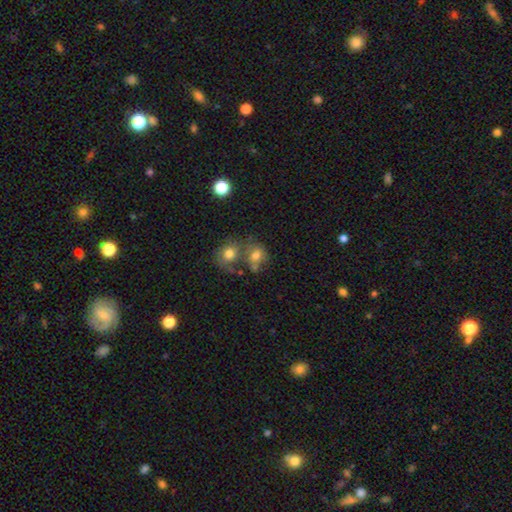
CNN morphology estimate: smooth_or_featured: smooth (p=0.72) [alt: featured or disk p=0.16]
how_rounded: round (p=0.58) [alt: in between p=0.41]
merging: merger (p=0.49) [alt: none p=0.32]